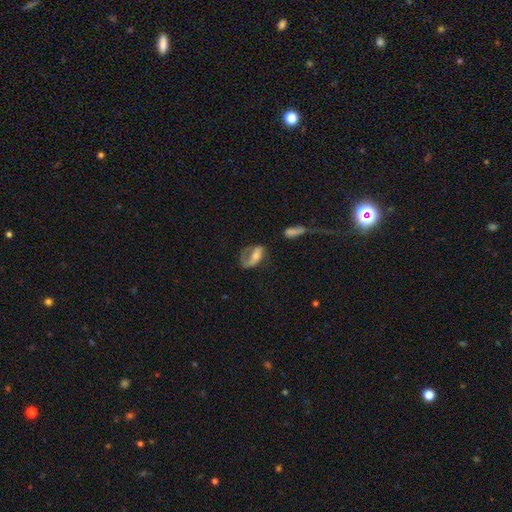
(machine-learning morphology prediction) A featured or disk galaxy (48%).

Vote fractions:
- Smooth or featured? featured or disk: 48% / smooth: 44% / star or artifact: 8%
- Merging? major disturbance: 41% / none: 30% / minor disturbance: 22% / merger: 7%